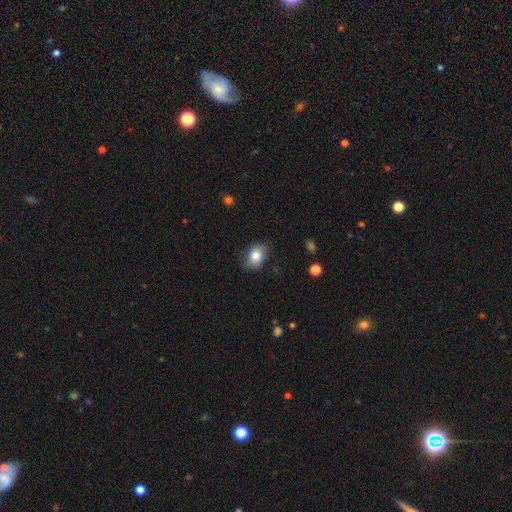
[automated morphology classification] Smooth or featured?
  - smooth: 83% *
  - featured or disk: 9%
  - star or artifact: 8%
How rounded?
  - in between: 65% *
  - round: 34%
  - cigar-shaped: 1%
Merging?
  - none: 78% *
  - minor disturbance: 17%
  - major disturbance: 4%
  - merger: 1%